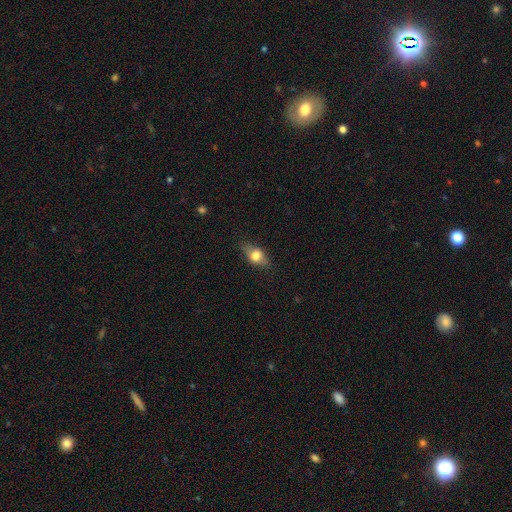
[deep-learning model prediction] smooth 66%, featured or disk 26%, star or artifact 8%. Down the decision tree: how rounded — in between (77%); merging — none (79%).